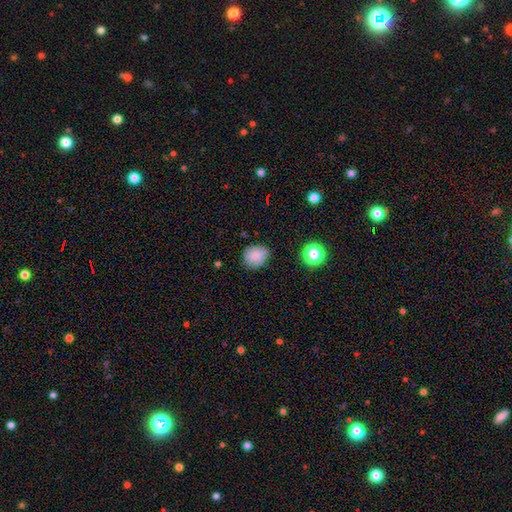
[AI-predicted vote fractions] Overall: smooth (66%). How rounded: round (67%; in between 32%). Merging: none (73%).